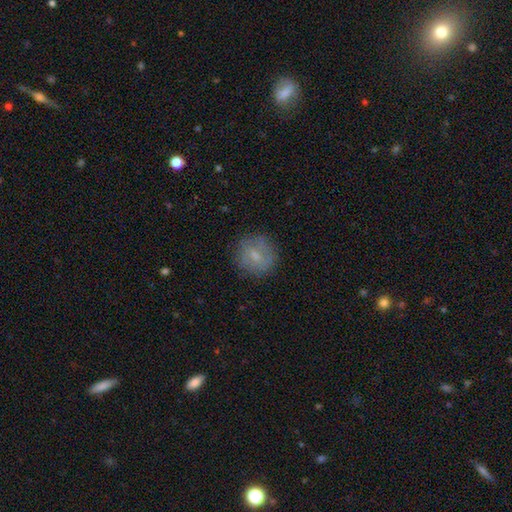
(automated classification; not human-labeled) Morphology: type=smooth (63%); roundness=round (86%); merging=none (79%).